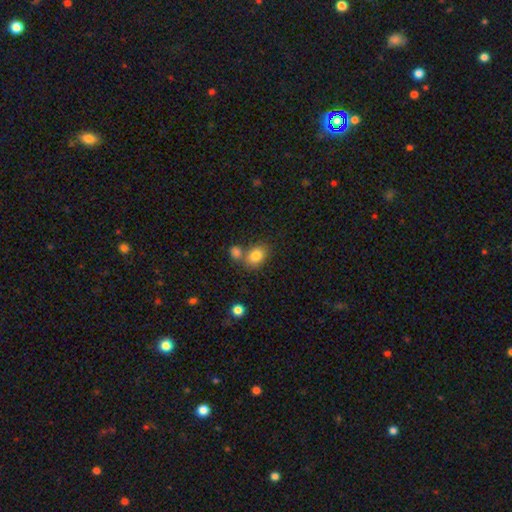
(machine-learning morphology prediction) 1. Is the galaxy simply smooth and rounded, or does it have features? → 82% smooth, 9% star or artifact, 8% featured or disk.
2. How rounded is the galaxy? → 62% in between, 37% round, 1% cigar-shaped.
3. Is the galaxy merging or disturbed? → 56% none, 28% merger, 12% minor disturbance, 4% major disturbance.